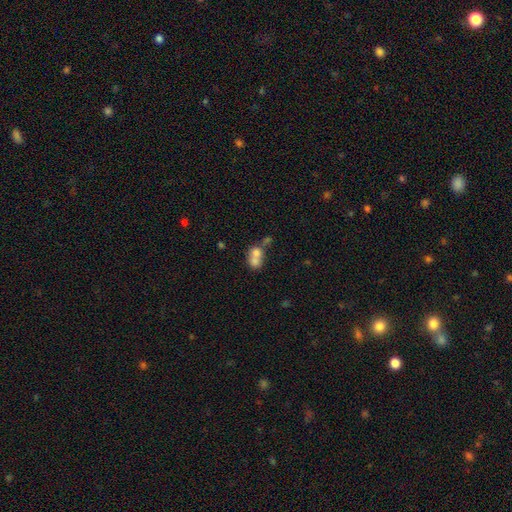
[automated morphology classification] This is likely a smooth galaxy (69%). How rounded: possibly round (55%). Merging: likely merger (69%).